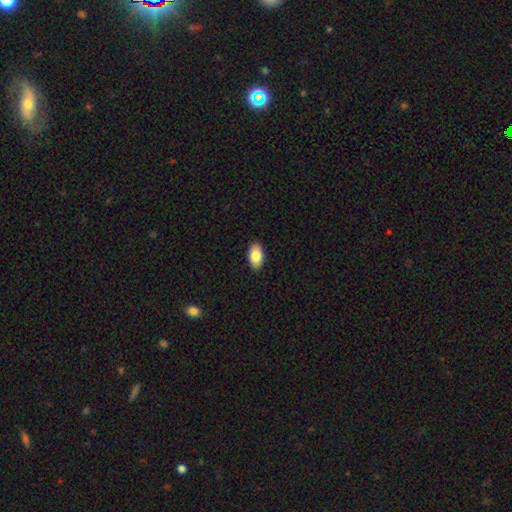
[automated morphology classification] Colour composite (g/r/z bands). It shows a smooth galaxy with no disk features (84%) that is in between round and cigar-shaped (93%). Merging: none (90%).